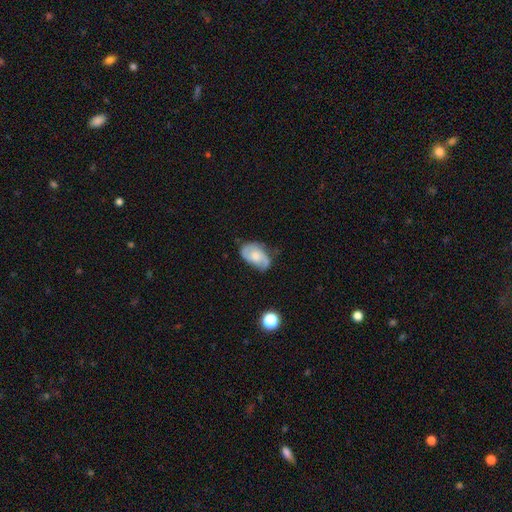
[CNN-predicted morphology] Overall: featured or disk (63%; smooth 29%). Edge-on disk: no (96%). Bar: no (67%; weak 28%). Spiral arms: yes (88%). Spiral arm count: 2 (77%). Spiral winding: medium (46%; tight 30%). Bulge size: moderate (41%; small 26%). Merging: none (58%; minor disturbance 28%).